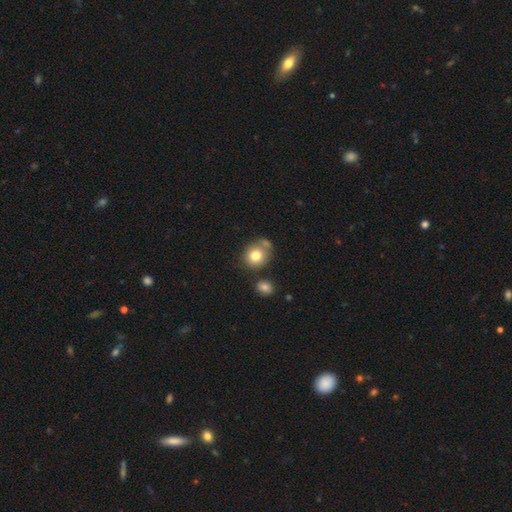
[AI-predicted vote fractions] A smooth galaxy with no disk features (79%) that is round (76%).

Vote fractions:
- Smooth or featured? smooth: 79% / featured or disk: 11% / star or artifact: 10%
- How rounded? round: 76% / in between: 23% / cigar-shaped: 1%
- Merging? none: 58% / merger: 21% / minor disturbance: 16% / major disturbance: 6%